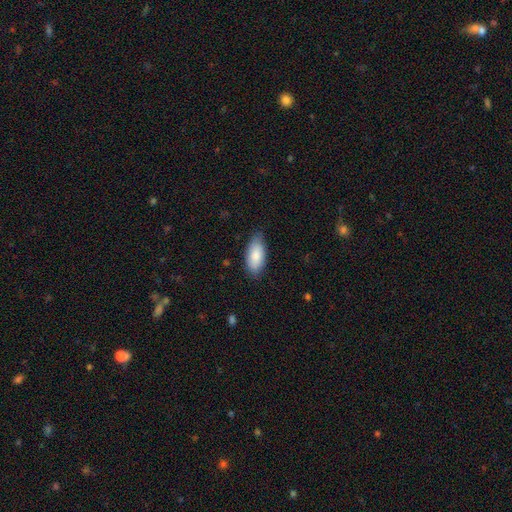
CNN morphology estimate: The model was most divided on "merging": none: 76%, minor disturbance: 19%, major disturbance: 3%, merger: 1%. More confident: how rounded — in between (90%); smooth or featured — smooth (85%).